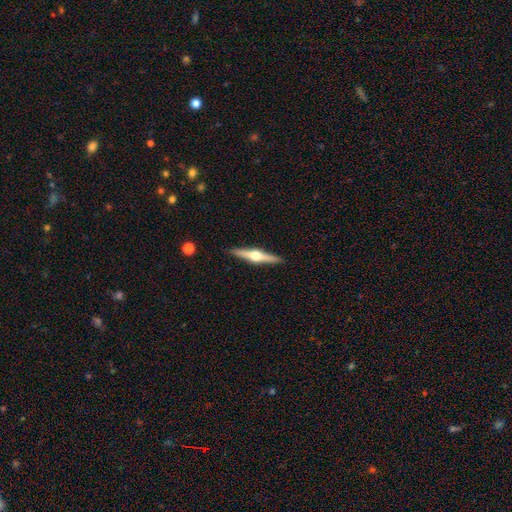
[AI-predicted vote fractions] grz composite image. It shows a featured or disk galaxy (77%) viewed edge-on (98%) with a rounded central bulge (95%). Merging: none (91%).